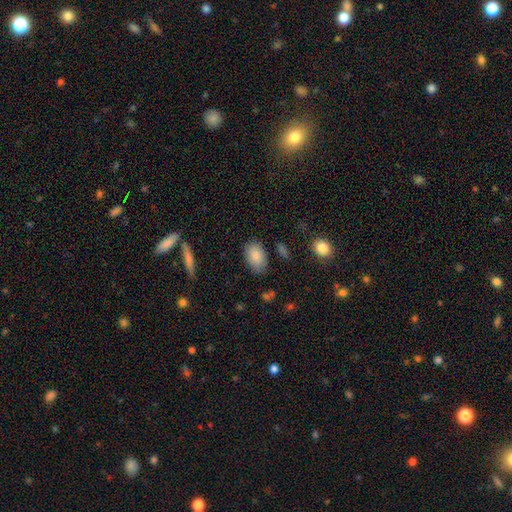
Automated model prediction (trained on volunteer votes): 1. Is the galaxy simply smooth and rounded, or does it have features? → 85% smooth, 8% featured or disk, 7% star or artifact.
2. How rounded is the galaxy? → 90% in between, 9% round, 1% cigar-shaped.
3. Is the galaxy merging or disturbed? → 80% none, 14% minor disturbance, 3% major disturbance, 2% merger.